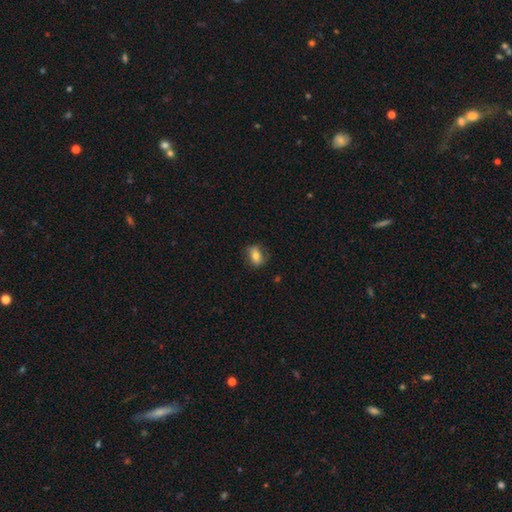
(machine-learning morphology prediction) This is likely a smooth galaxy (73%). How rounded: likely in between (71%). Merging: likely none (79%).